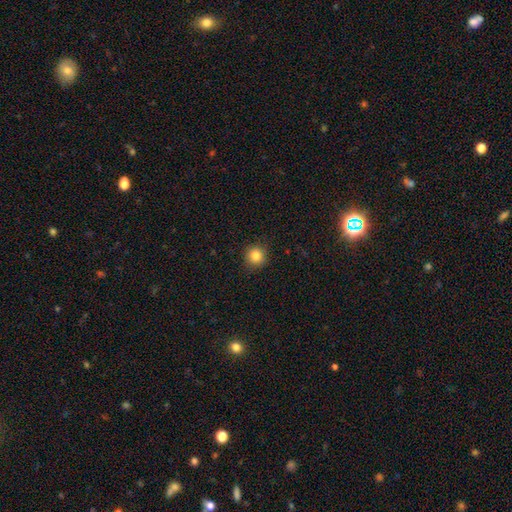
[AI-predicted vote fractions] Overall: smooth (84%). How rounded: round (93%). Merging: none (90%).